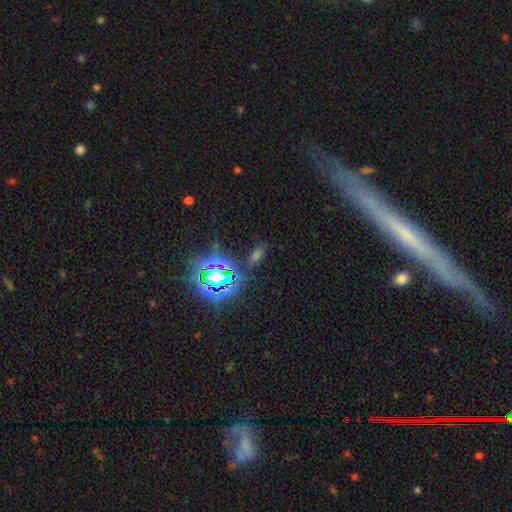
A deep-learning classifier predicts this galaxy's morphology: Smooth or featured? star or artifact (46%)